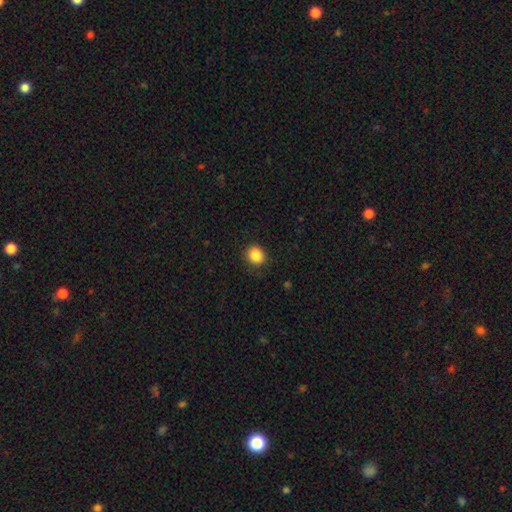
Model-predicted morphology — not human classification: Smooth or featured: smooth — 86% (star or artifact — 10%)
How rounded: round — 75% (in between — 24%)
Merging: none — 84% (minor disturbance — 12%)